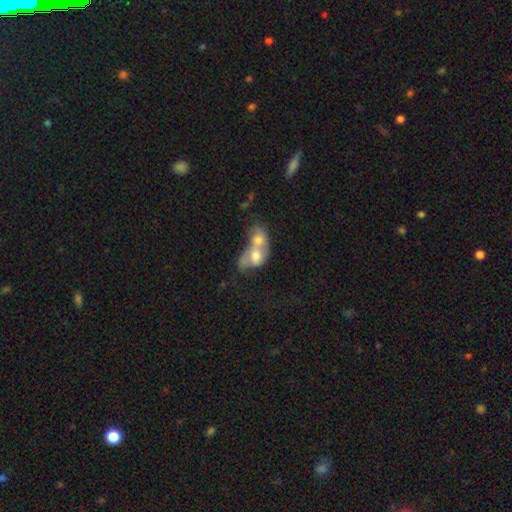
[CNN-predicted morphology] type=smooth (61%); roundness=in between (63%); merging=merger (85%).